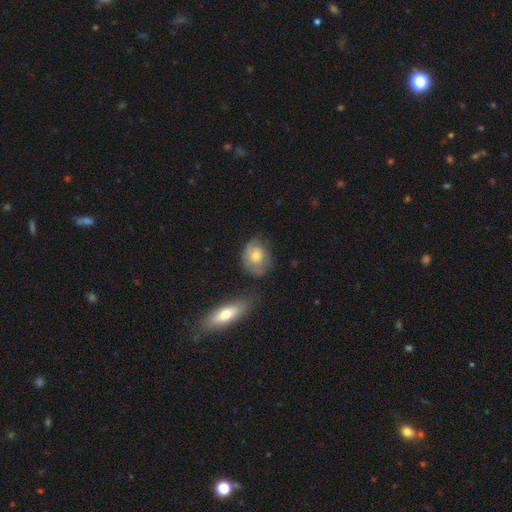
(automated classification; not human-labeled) smooth-or-featured: smooth: 57% | featured or disk: 36% | star or artifact: 7%
  how-rounded: in between: 53% | round: 46% | cigar-shaped: 2%
  merging: none: 52% | minor disturbance: 29% | major disturbance: 13% | merger: 6%